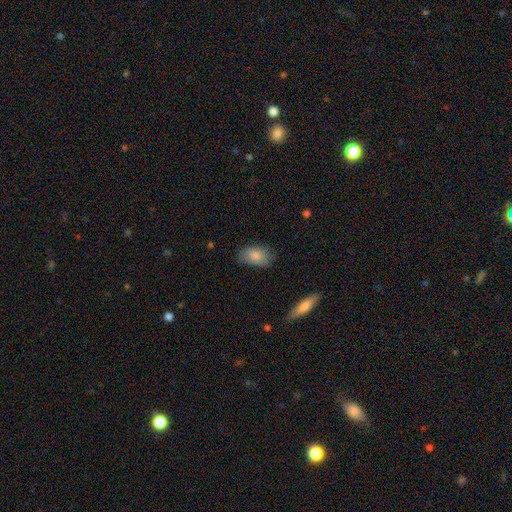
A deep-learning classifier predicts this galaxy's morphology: Smooth or featured? smooth (83%)
How rounded? in between (91%)
Merging? none (71%)